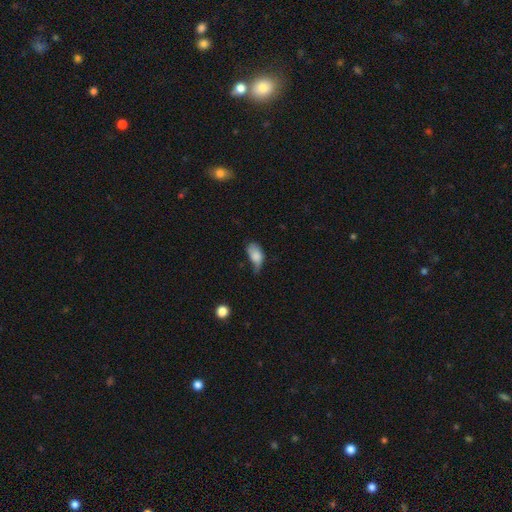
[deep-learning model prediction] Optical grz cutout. It shows a smooth galaxy with no disk features (76%) that is in between round and cigar-shaped (90%). Merging: minor disturbance (43%).